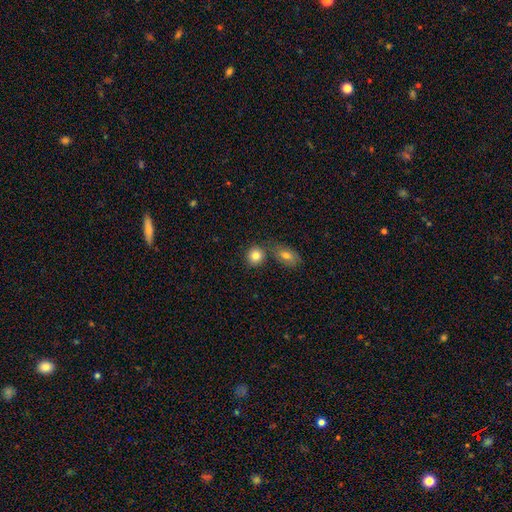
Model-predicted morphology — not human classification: A smooth galaxy with no disk features (83%) that is round (82%).

Vote fractions:
- Smooth or featured? smooth: 83% / star or artifact: 9% / featured or disk: 8%
- How rounded? round: 82% / in between: 17% / cigar-shaped: 1%
- Merging? none: 70% / merger: 18% / minor disturbance: 9% / major disturbance: 3%